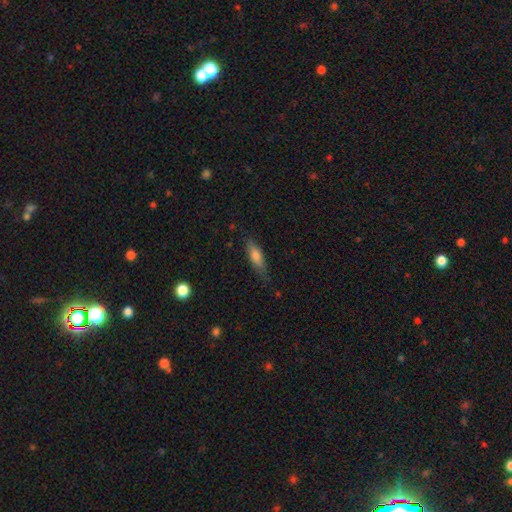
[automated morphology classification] This is likely a smooth galaxy (73%). How rounded: possibly cigar-shaped (52%). Merging: likely none (74%).